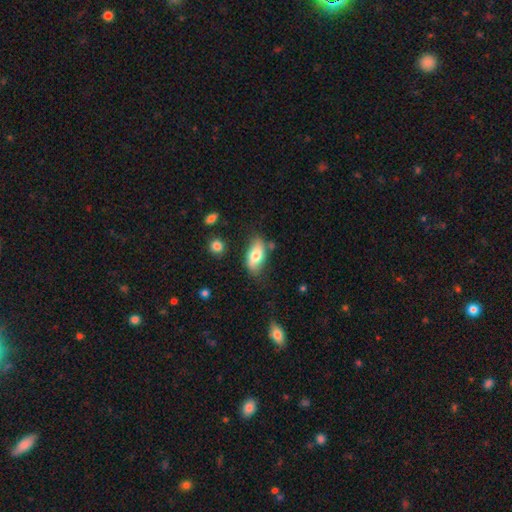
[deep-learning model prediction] Overall: smooth (70%). How rounded: in between (89%). Merging: none (69%).